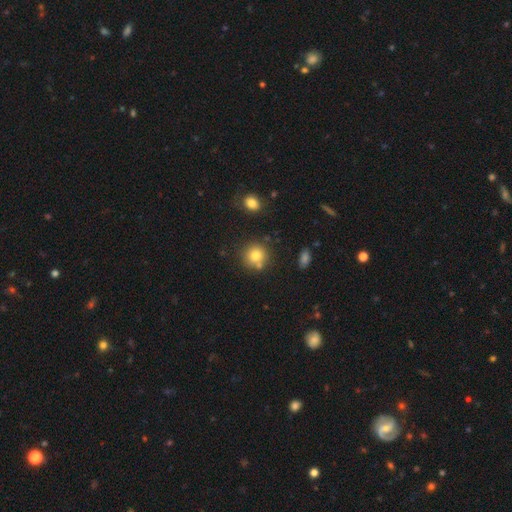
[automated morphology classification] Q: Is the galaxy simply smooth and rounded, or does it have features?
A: smooth — 77%.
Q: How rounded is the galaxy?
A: round — 90%.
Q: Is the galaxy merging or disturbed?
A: none — 72%.